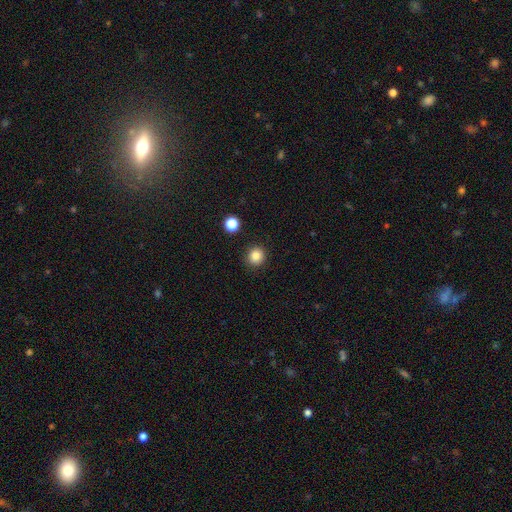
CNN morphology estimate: Q: Smooth or featured?
A: smooth (86%); runner-up: star or artifact (11%)
Q: How rounded?
A: round (91%); runner-up: in between (8%)
Q: Merging?
A: none (90%); runner-up: minor disturbance (6%)